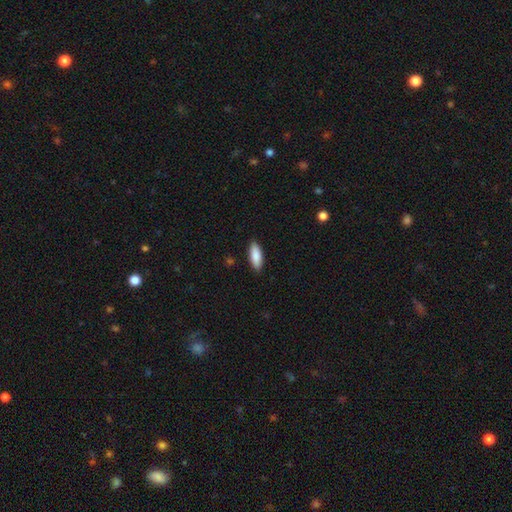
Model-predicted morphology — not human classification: Smooth or featured: smooth — 88% (featured or disk — 7%)
How rounded: in between — 74% (cigar-shaped — 24%)
Merging: none — 89% (minor disturbance — 8%)